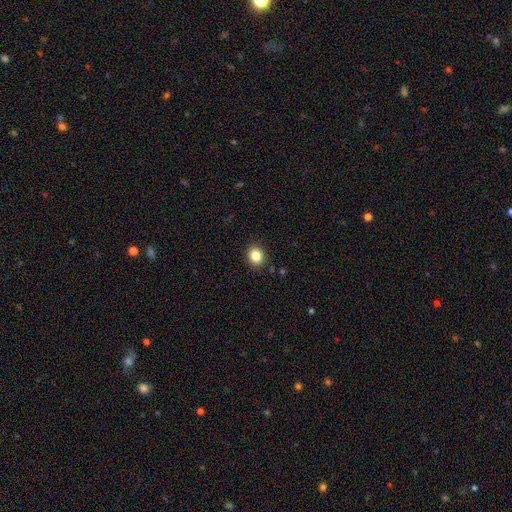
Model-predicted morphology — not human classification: The model was most divided on "how rounded": round: 66%, in between: 34%, cigar-shaped: 1%. More confident: merging — none (90%); smooth or featured — smooth (84%).